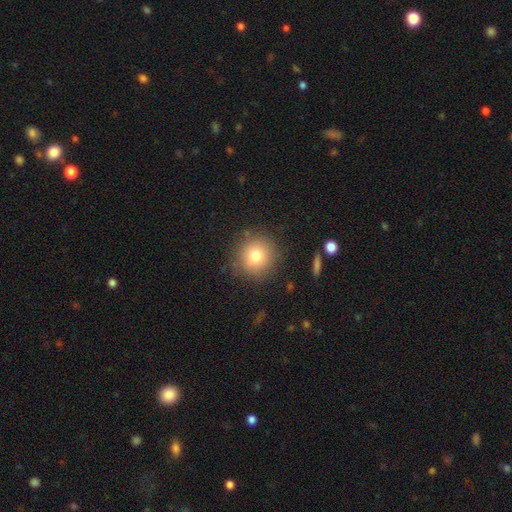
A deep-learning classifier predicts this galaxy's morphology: This is likely a smooth galaxy (78%). How rounded: clearly round (92%). Merging: clearly none (86%).